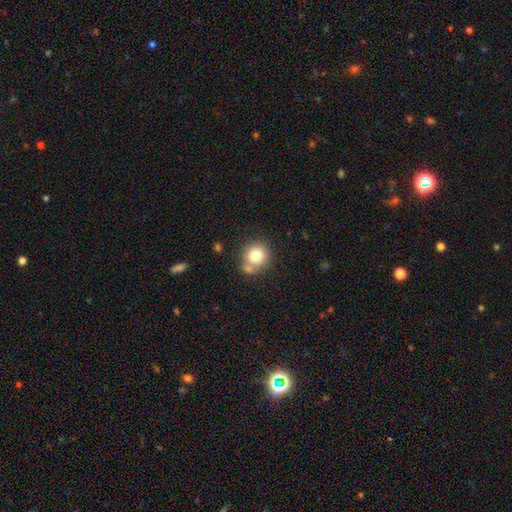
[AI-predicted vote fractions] Smooth or featured?
  - smooth: 78% *
  - featured or disk: 11%
  - star or artifact: 11%
How rounded?
  - round: 89% *
  - in between: 10%
  - cigar-shaped: 1%
Merging?
  - none: 63% *
  - merger: 20%
  - minor disturbance: 12%
  - major disturbance: 4%